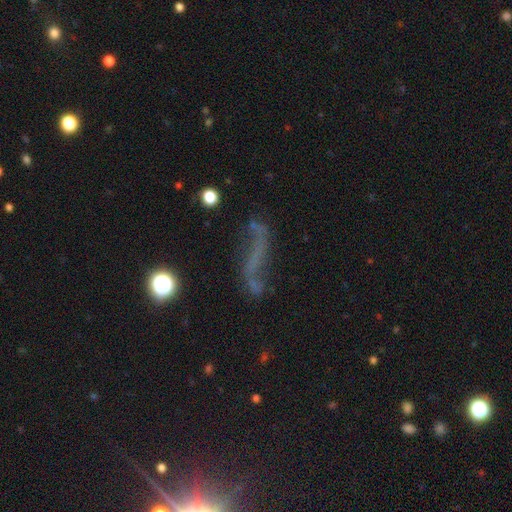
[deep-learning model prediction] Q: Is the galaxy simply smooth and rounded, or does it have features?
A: featured or disk — 53%.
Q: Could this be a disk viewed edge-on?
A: no — 80%.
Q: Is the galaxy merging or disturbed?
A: none — 53%.